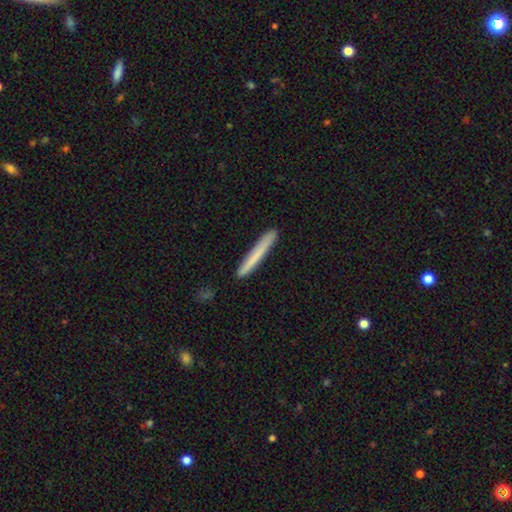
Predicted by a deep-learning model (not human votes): A smooth galaxy with no disk features (73%) that is cigar-shaped (97%).

Vote fractions:
- Smooth or featured? smooth: 73% / featured or disk: 21% / star or artifact: 6%
- How rounded? cigar-shaped: 97% / in between: 2% / round: 1%
- Merging? none: 92% / minor disturbance: 6% / major disturbance: 1% / merger: 1%